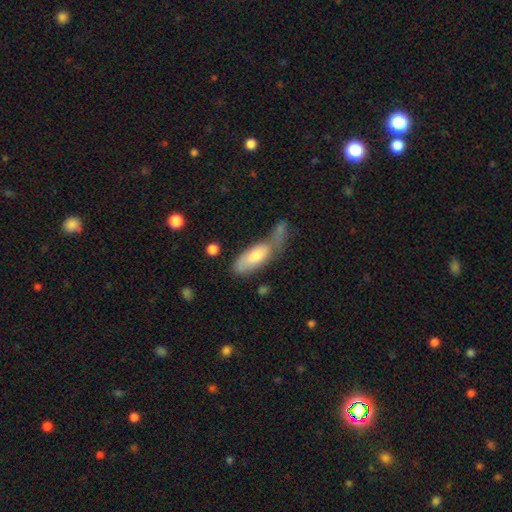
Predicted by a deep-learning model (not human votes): A smooth galaxy with no disk features (71%) that is in between round and cigar-shaped (73%). Merging: none (34%).